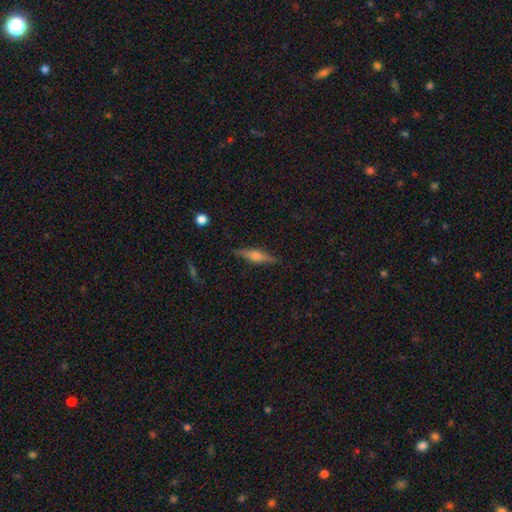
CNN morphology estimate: Smooth or featured?
  - featured or disk: 60% *
  - smooth: 32%
  - star or artifact: 8%
Edge-on disk?
  - yes: 96% *
  - no: 4%
Edge-on bulge?
  - rounded: 79% *
  - boxy: 16%
  - none: 5%
Merging?
  - none: 87% *
  - minor disturbance: 10%
  - major disturbance: 2%
  - merger: 1%